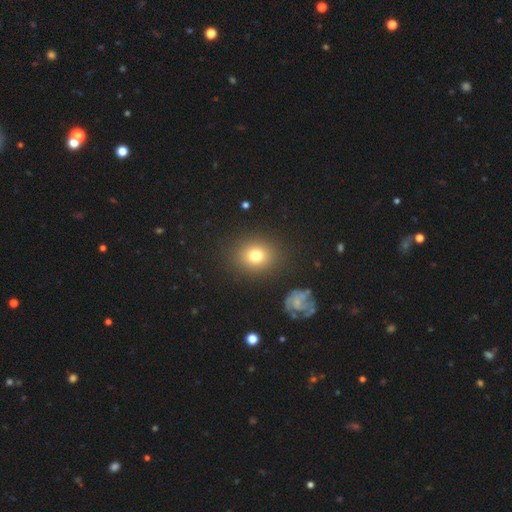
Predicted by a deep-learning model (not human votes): smooth-or-featured: smooth: 77% | star or artifact: 13% | featured or disk: 11%
  how-rounded: round: 70% | in between: 29% | cigar-shaped: 1%
  merging: none: 86% | minor disturbance: 8% | major disturbance: 4% | merger: 2%